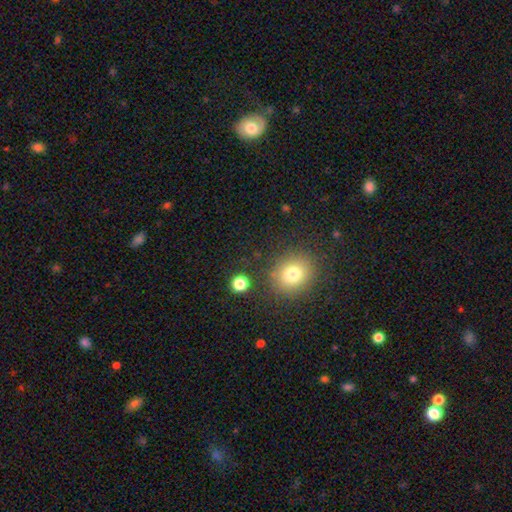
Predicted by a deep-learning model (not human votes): Overall: smooth (69%). How rounded: round (80%). Merging: none (88%).